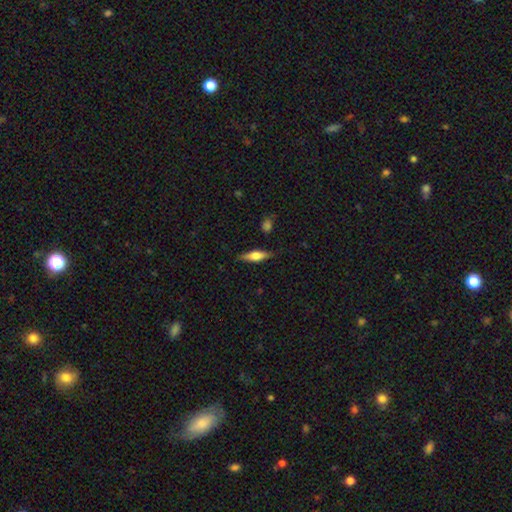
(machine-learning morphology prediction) Smooth or featured? smooth (48%)
Merging? none (84%)